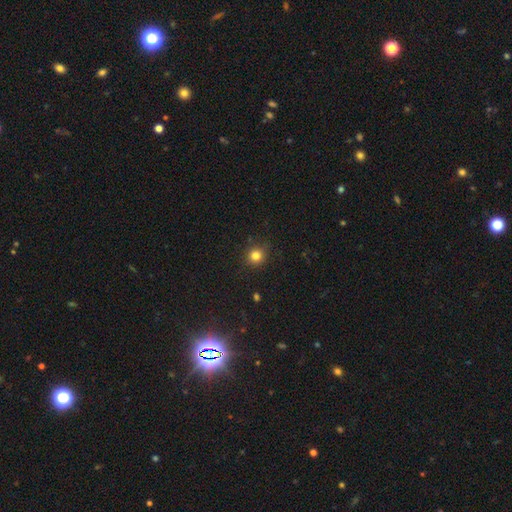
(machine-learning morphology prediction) A smooth galaxy with no disk features (81%) that is round (91%).

Vote fractions:
- Smooth or featured? smooth: 81% / star or artifact: 13% / featured or disk: 5%
- How rounded? round: 91% / in between: 8% / cigar-shaped: 1%
- Merging? none: 88% / minor disturbance: 8% / major disturbance: 2% / merger: 1%